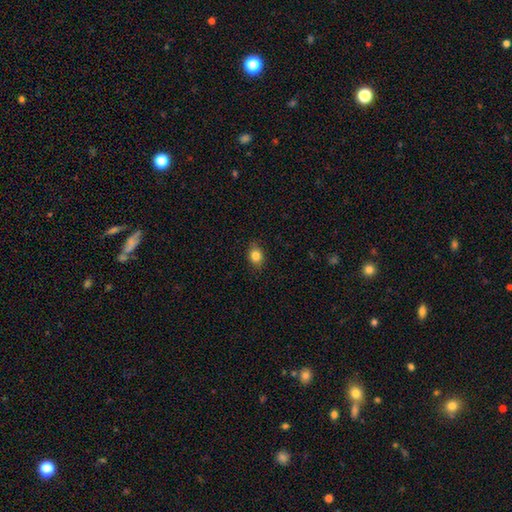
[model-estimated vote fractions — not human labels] Smooth or featured? Predicted: smooth (p=0.83). How rounded? Predicted: in between (p=0.52). Merging? Predicted: none (p=0.86).